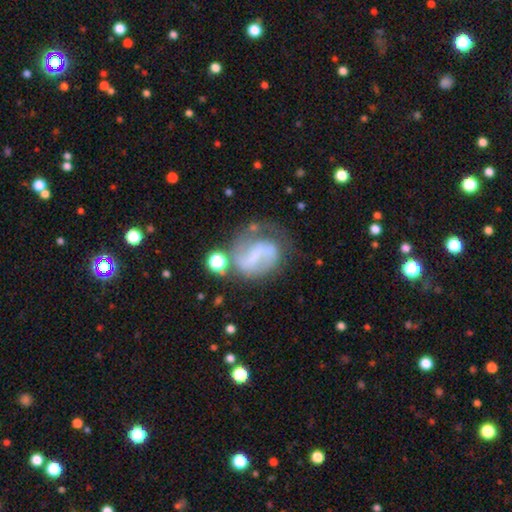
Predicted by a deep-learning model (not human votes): This appears to be a featured or disk galaxy (64%) with a weak bar (36%), spiral arms (73%) and no central bulge (56%). Merging: none (45%).